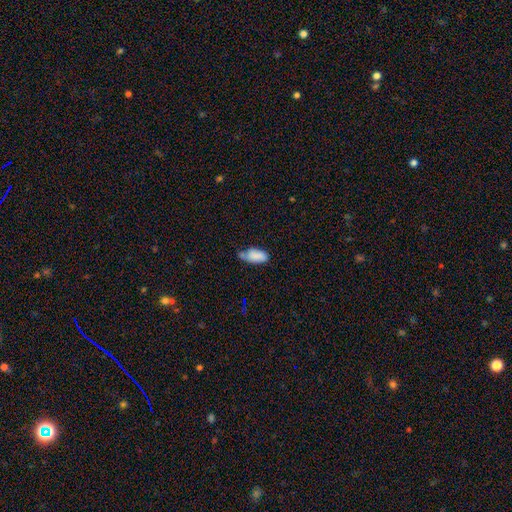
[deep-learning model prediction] A smooth galaxy with no disk features (82%) that is in between round and cigar-shaped (90%).

Vote fractions:
- Smooth or featured? smooth: 82% / featured or disk: 10% / star or artifact: 7%
- How rounded? in between: 90% / cigar-shaped: 7% / round: 2%
- Merging? minor disturbance: 42% / none: 40% / major disturbance: 10% / merger: 8%